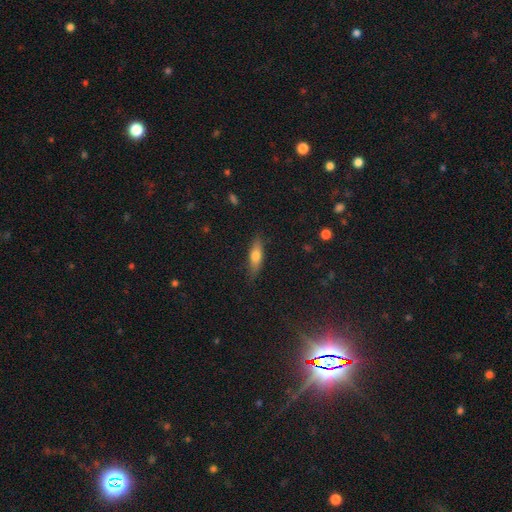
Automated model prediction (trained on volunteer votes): smooth 63%, featured or disk 30%, star or artifact 7%. Down the decision tree: how rounded — cigar-shaped (52%); merging — none (82%).